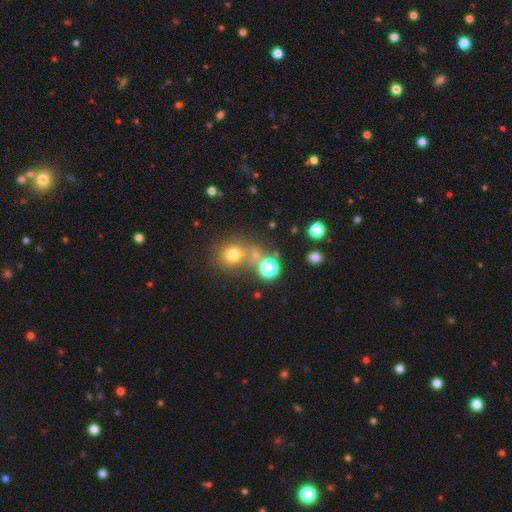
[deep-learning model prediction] Smooth or featured: smooth — 60% (star or artifact — 29%)
How rounded: round — 81% (in between — 18%)
Merging: none — 58% (merger — 26%)